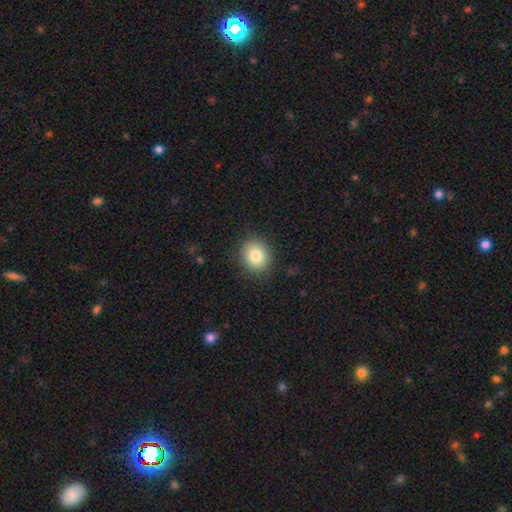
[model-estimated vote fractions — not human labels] Q: Smooth or featured?
A: smooth (83%); runner-up: star or artifact (10%)
Q: How rounded?
A: round (75%); runner-up: in between (24%)
Q: Merging?
A: none (88%); runner-up: minor disturbance (9%)